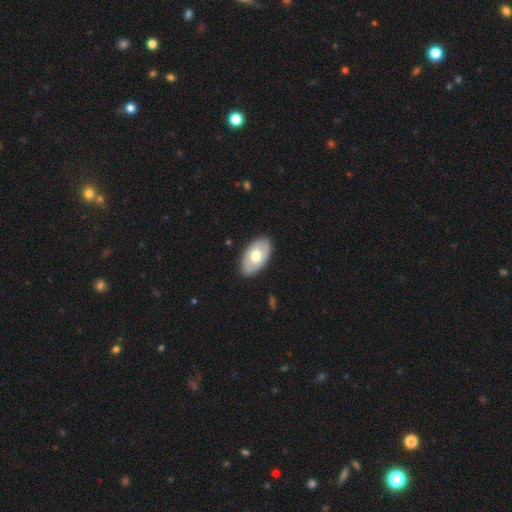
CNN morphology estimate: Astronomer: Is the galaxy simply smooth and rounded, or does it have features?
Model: smooth — 56% (runner-up: featured or disk, 39%).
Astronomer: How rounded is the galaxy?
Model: in between — 94%.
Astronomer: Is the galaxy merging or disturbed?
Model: none — 87%.